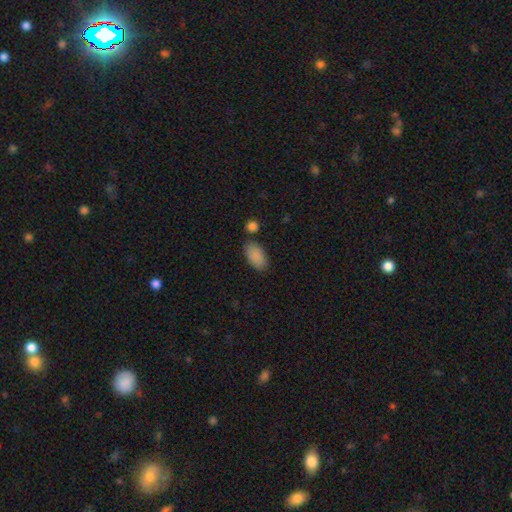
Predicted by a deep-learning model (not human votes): The model was most divided on "merging": none: 76%, minor disturbance: 13%, merger: 7%, major disturbance: 3%. More confident: how rounded — in between (94%); smooth or featured — smooth (89%).